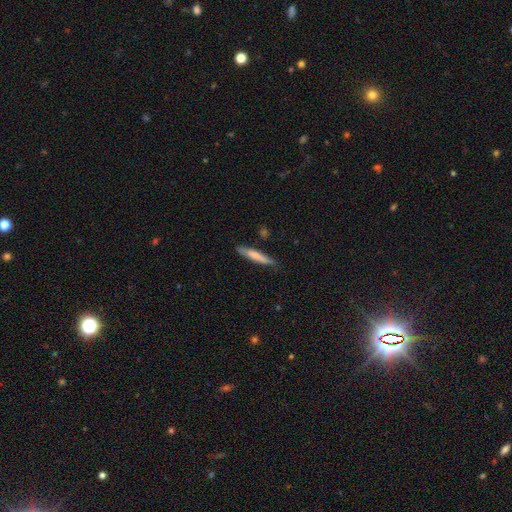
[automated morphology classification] Smooth or featured? Predicted: smooth (p=0.70). How rounded? Predicted: cigar-shaped (p=0.92). Merging? Predicted: none (p=0.81).